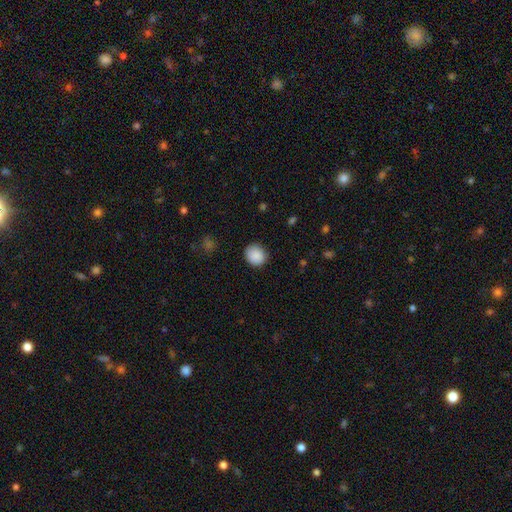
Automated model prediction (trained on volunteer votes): smooth 89%, star or artifact 8%, featured or disk 3%. Down the decision tree: how rounded — round (79%); merging — none (85%).